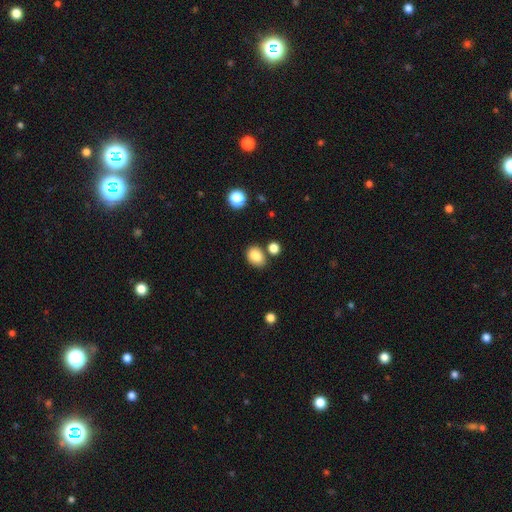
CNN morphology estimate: type=smooth (85%); roundness=in between (69%); merging=none (68%).